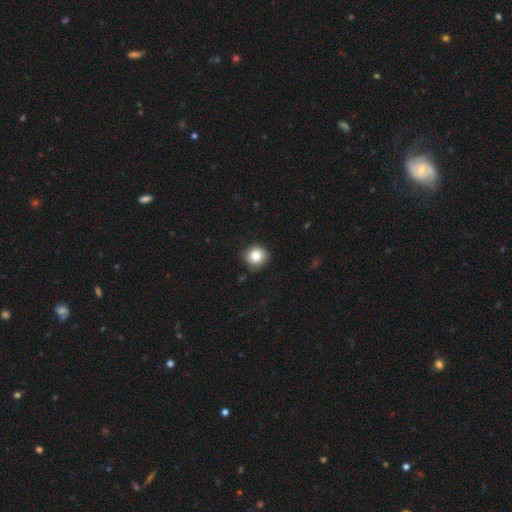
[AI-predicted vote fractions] This appears to be a smooth galaxy with no disk features (83%) that is round (90%). Merging: none (83%).